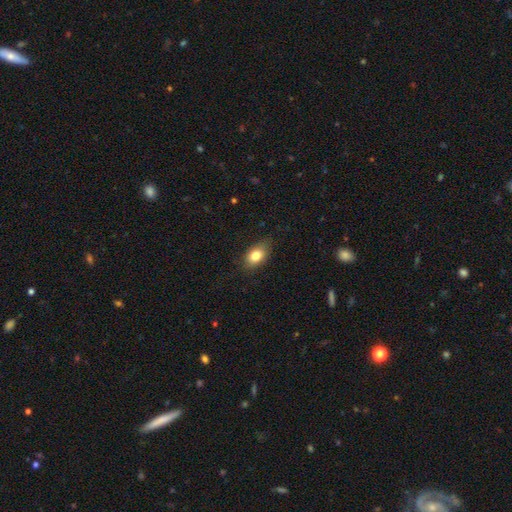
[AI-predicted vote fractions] A smooth galaxy with no disk features (81%) that is in between round and cigar-shaped (81%).

Vote fractions:
- Smooth or featured? smooth: 81% / featured or disk: 10% / star or artifact: 8%
- How rounded? in between: 81% / round: 17% / cigar-shaped: 2%
- Merging? none: 76% / minor disturbance: 19% / major disturbance: 4% / merger: 1%